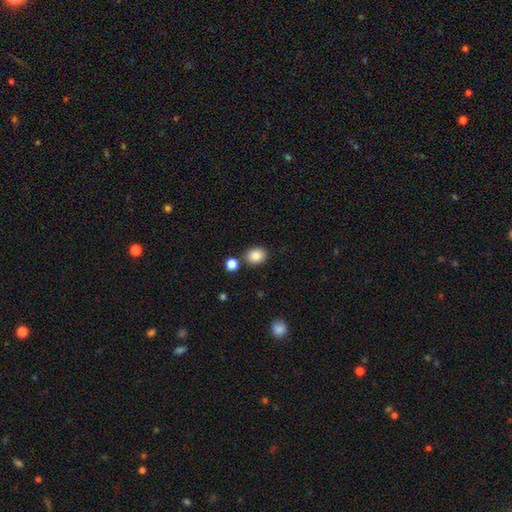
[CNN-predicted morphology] type=smooth (85%); roundness=round (56%); merging=none (80%).